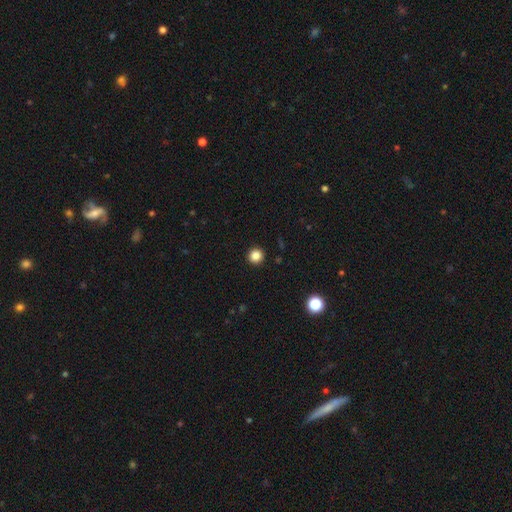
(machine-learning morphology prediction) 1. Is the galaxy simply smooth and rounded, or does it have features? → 85% smooth, 11% star or artifact, 3% featured or disk.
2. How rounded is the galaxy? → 95% round, 4% in between, 1% cigar-shaped.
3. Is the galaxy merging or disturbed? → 93% none, 4% minor disturbance, 2% major disturbance, 1% merger.